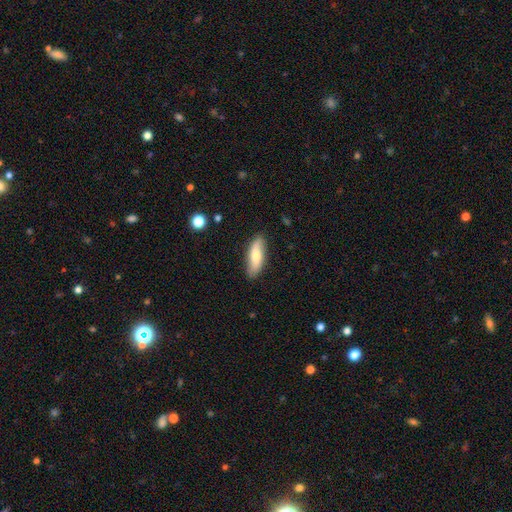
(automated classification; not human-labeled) The model was most divided on "how rounded": in between: 60%, cigar-shaped: 38%, round: 3%. More confident: merging — none (84%); smooth or featured — smooth (63%).